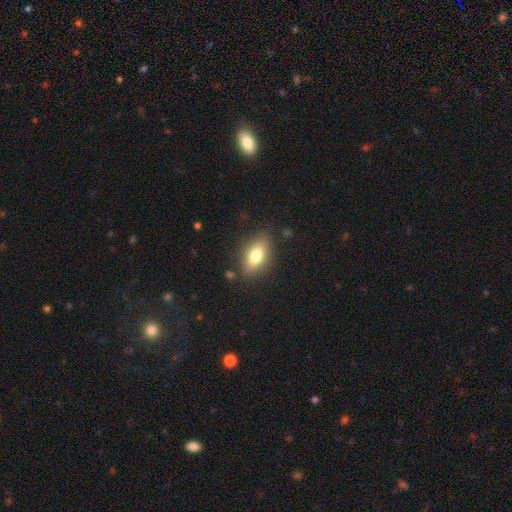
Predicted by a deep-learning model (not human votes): Smooth or featured? smooth (73%)
How rounded? in between (82%)
Merging? none (83%)